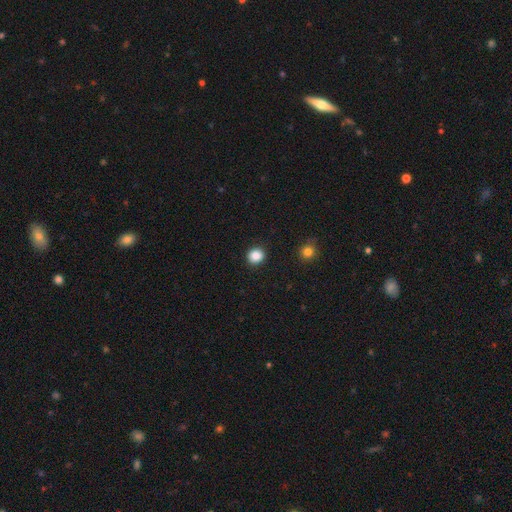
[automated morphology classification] smooth 86%, star or artifact 10%, featured or disk 4%. Down the decision tree: how rounded — round (86%); merging — none (92%).